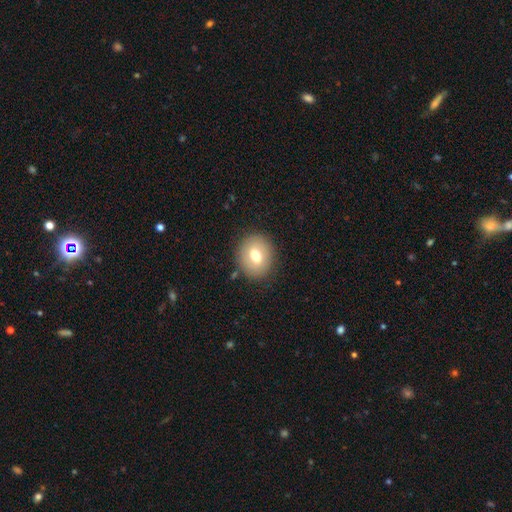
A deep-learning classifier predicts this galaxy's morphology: This appears to be a smooth galaxy with no disk features (69%) that is round (67%). Merging: none (86%).